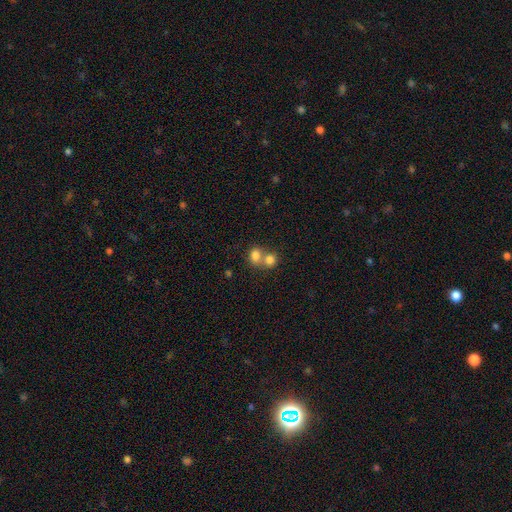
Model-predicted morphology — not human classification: A smooth galaxy with no disk features (78%) that is round (60%). Merging: merger (63%).